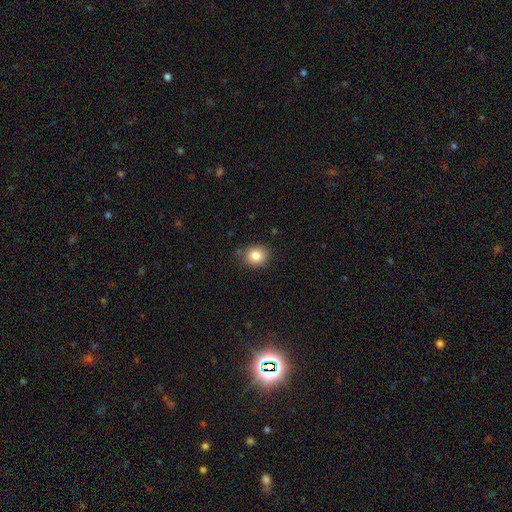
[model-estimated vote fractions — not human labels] The model was most divided on "how rounded": round: 74%, in between: 25%, cigar-shaped: 1%. More confident: merging — none (84%); smooth or featured — smooth (83%).